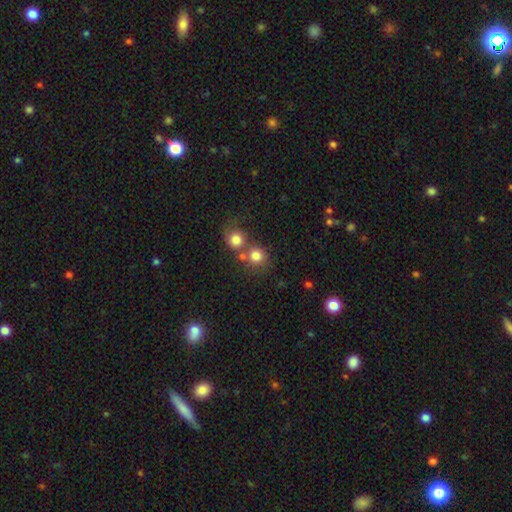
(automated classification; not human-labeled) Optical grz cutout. It shows a smooth galaxy with no disk features (79%) that is round (87%). Merging: none (49%).